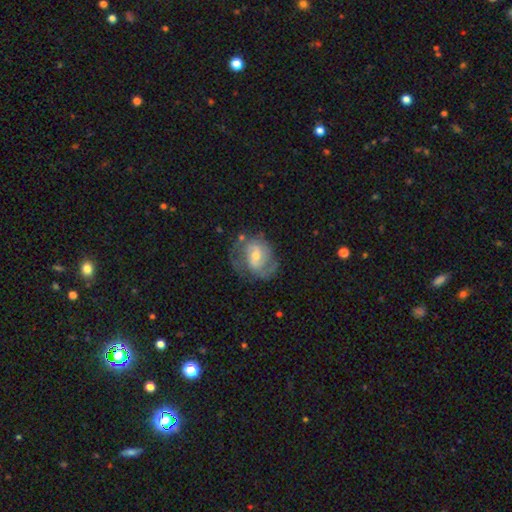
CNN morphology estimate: The model was most divided on "spiral winding": medium: 45%, tight: 37%, loose: 19%. More confident: edge-on disk — no (97%); spiral arms — yes (84%); smooth or featured — featured or disk (73%); spiral arm count — 2 (60%); bulge size — moderate (56%); merging — none (55%); bar — weak (51%).